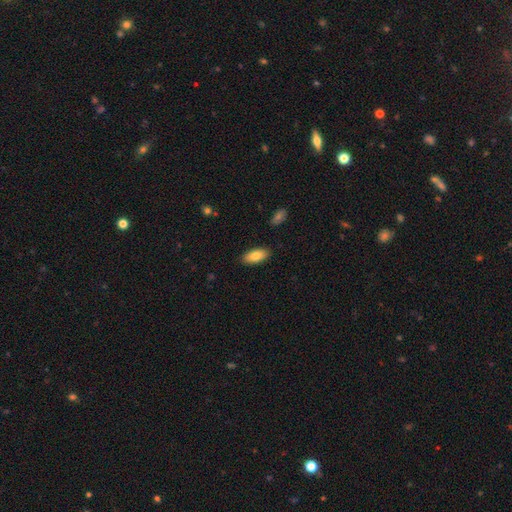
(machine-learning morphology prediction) smooth_or_featured: smooth (p=0.81) [alt: featured or disk p=0.12]
how_rounded: in between (p=0.89) [alt: cigar-shaped p=0.09]
merging: none (p=0.88) [alt: minor disturbance p=0.09]